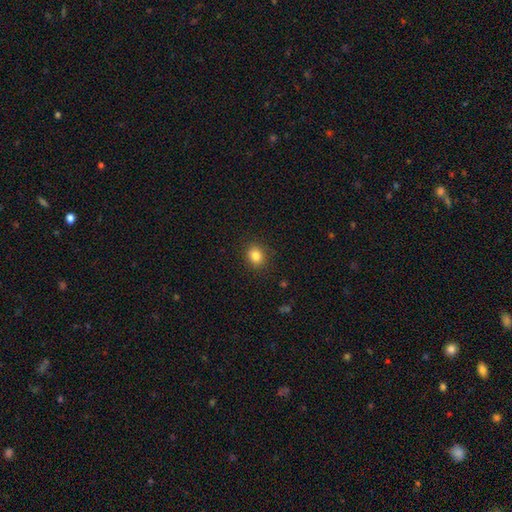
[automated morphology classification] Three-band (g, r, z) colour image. It shows a smooth galaxy with no disk features (84%) that is round (61%). Merging: none (88%).